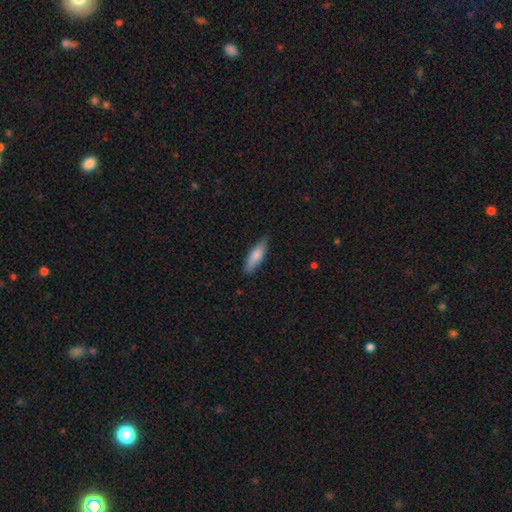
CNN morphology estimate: type=smooth (78%); roundness=cigar-shaped (52%); merging=none (80%).